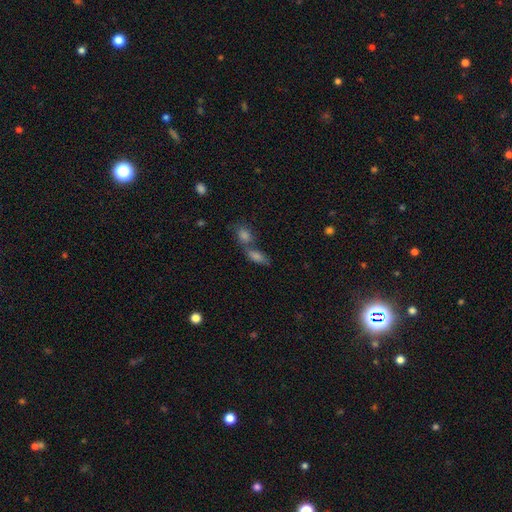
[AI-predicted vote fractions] This is likely a smooth galaxy (67%). How rounded: likely in between (72%). Merging: possibly merger (49%).